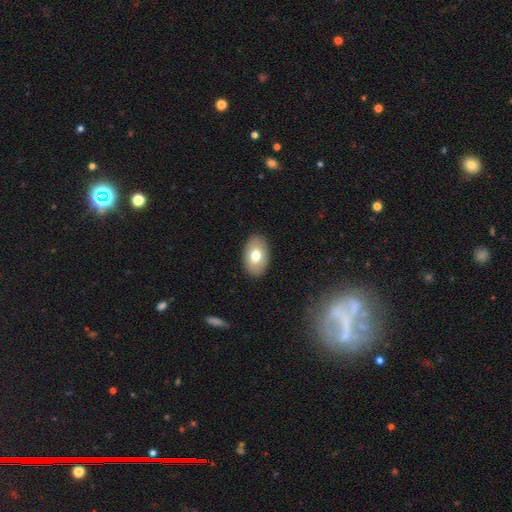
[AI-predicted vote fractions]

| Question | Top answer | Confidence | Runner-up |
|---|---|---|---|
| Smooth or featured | smooth | 73% | featured or disk (20%) |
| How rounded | in between | 90% | round (9%) |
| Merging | none | 89% | minor disturbance (8%) |